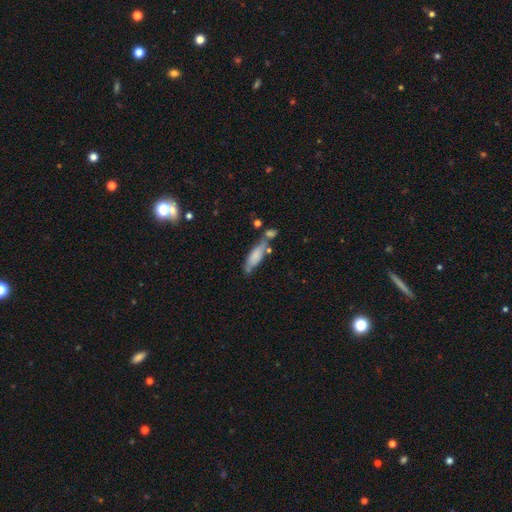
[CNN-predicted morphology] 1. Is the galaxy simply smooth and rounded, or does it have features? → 70% smooth, 23% featured or disk, 7% star or artifact.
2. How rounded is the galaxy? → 54% cigar-shaped, 44% in between, 2% round.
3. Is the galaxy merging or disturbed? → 51% none, 21% minor disturbance, 21% merger, 7% major disturbance.